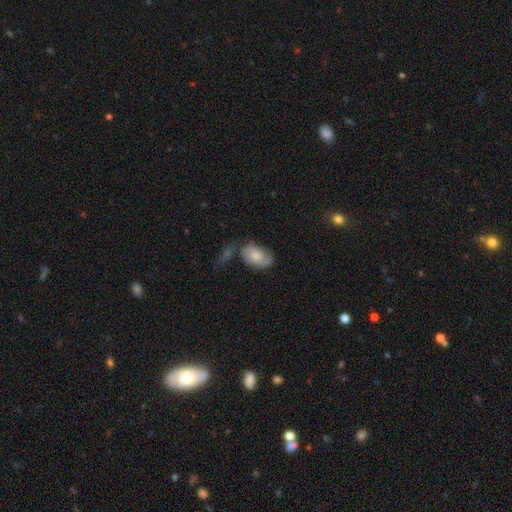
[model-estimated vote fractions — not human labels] Smooth or featured? Predicted: smooth (p=0.54). How rounded? Predicted: in between (p=0.89). Merging? Predicted: none (p=0.48).